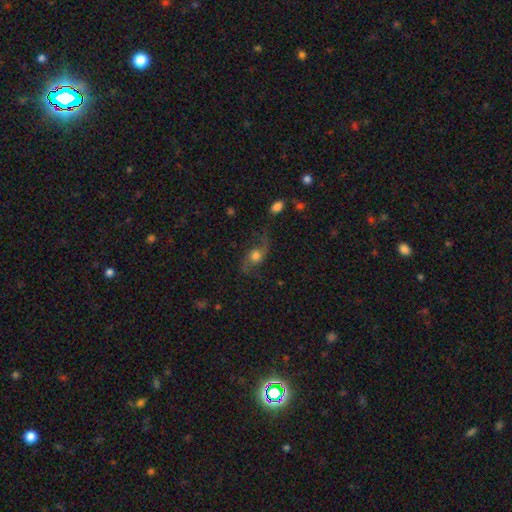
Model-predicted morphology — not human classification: Smooth or featured: featured or disk — 69% (smooth — 21%)
Edge-on disk: no — 92% (yes — 8%)
Bar: no — 73% (weak — 23%)
Spiral arms: yes — 92% (no — 8%)
Spiral winding: loose — 83% (medium — 15%)
Spiral arm count: 2 — 92% (1 — 3%)
Bulge size: moderate — 47% (large — 34%)
Merging: none — 65% (minor disturbance — 19%)